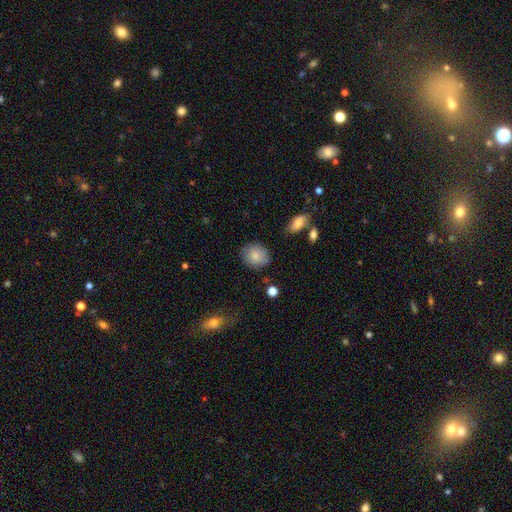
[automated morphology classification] smooth_or_featured: smooth (p=0.83) [alt: featured or disk p=0.09]
how_rounded: round (p=0.70) [alt: in between p=0.29]
merging: none (p=0.81) [alt: minor disturbance p=0.14]